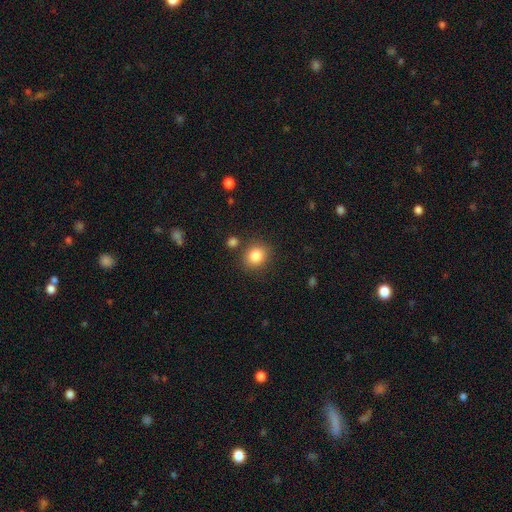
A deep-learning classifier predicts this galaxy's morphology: Smooth or featured: smooth — 85% (star or artifact — 10%)
How rounded: round — 76% (in between — 23%)
Merging: none — 82% (minor disturbance — 9%)